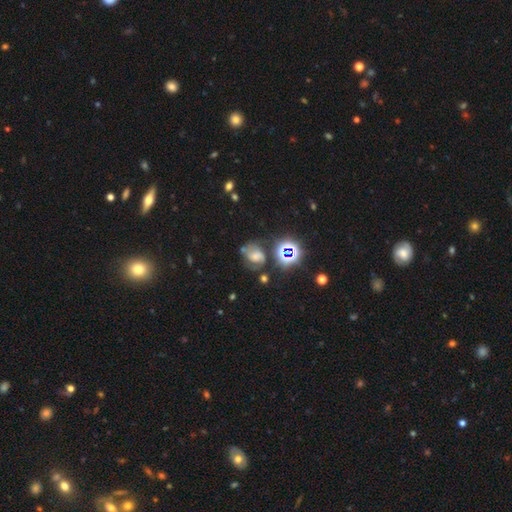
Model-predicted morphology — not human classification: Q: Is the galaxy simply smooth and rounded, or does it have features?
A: featured or disk — 41%.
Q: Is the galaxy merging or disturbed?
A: none — 46%.